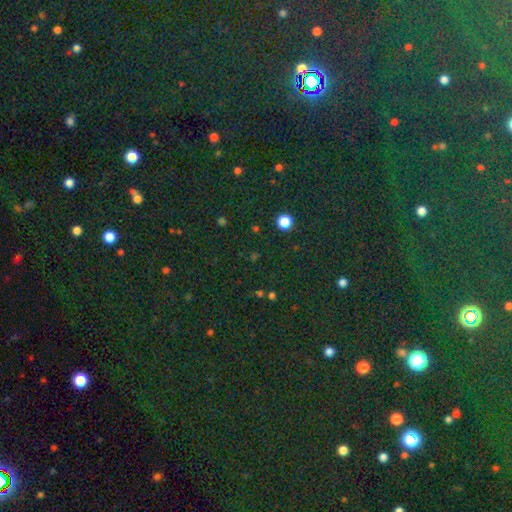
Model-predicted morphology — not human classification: A star or artifact, not a galaxy (77%).